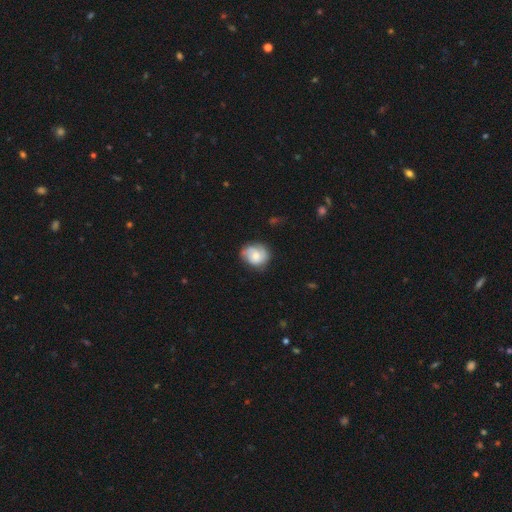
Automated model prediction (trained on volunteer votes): smooth-or-featured: smooth: 48% | featured or disk: 45% | star or artifact: 7%
  merging: none: 65% | minor disturbance: 26% | major disturbance: 8% | merger: 2%